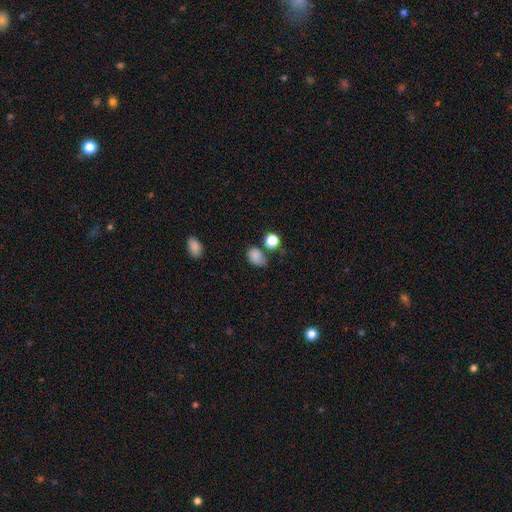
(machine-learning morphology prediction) Smooth or featured: smooth — 81% (star or artifact — 12%)
How rounded: in between — 65% (round — 33%)
Merging: none — 47% (minor disturbance — 28%)